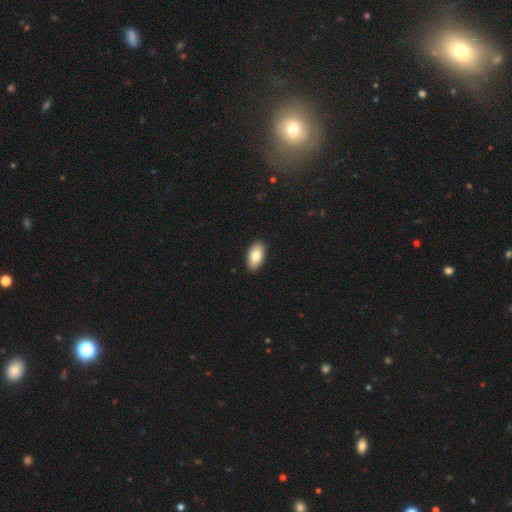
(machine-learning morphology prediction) Smooth or featured? Predicted: smooth (p=0.80). How rounded? Predicted: in between (p=0.94). Merging? Predicted: none (p=0.91).